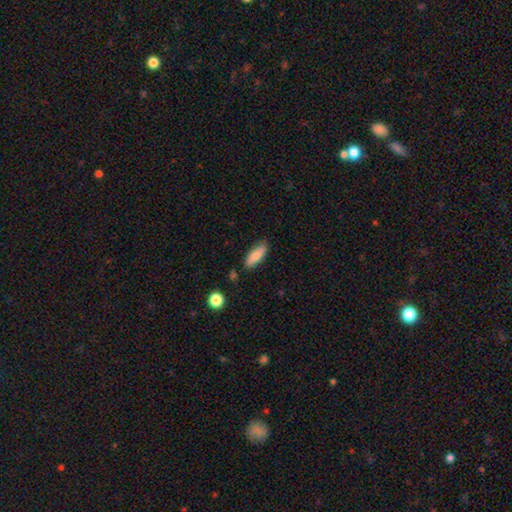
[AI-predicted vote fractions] The model was most divided on "how rounded": in between: 62%, cigar-shaped: 36%, round: 2%. More confident: merging — none (82%); smooth or featured — smooth (77%).